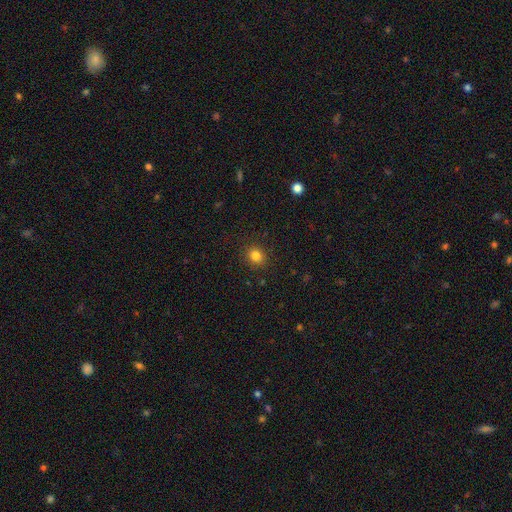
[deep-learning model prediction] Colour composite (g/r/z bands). It shows a smooth galaxy with no disk features (83%) that is round (79%). Merging: none (90%).